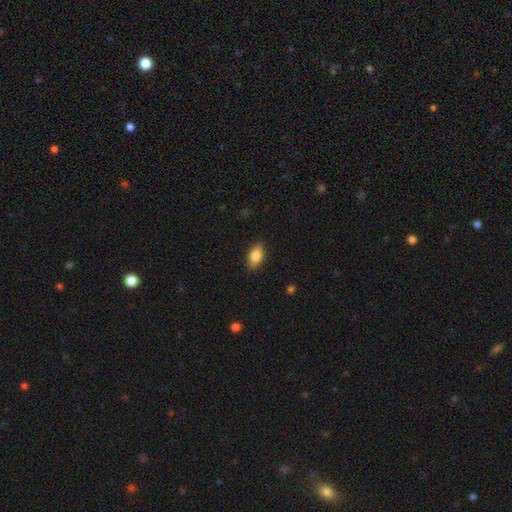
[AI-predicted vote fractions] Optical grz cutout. It shows a smooth galaxy with no disk features (83%) that is in between round and cigar-shaped (88%). Merging: none (87%).